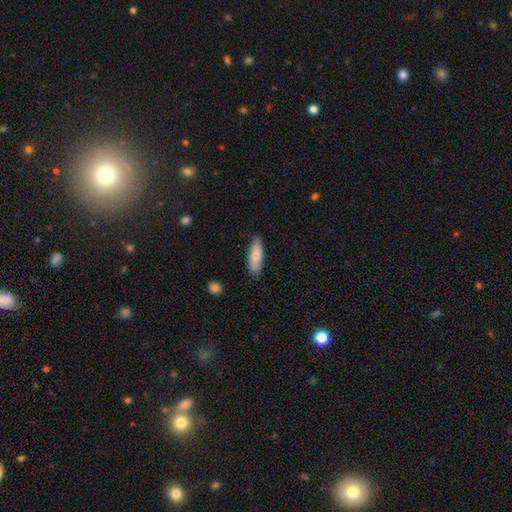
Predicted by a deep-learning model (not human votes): Overall: smooth (84%). How rounded: in between (55%; cigar-shaped 44%). Merging: none (84%).